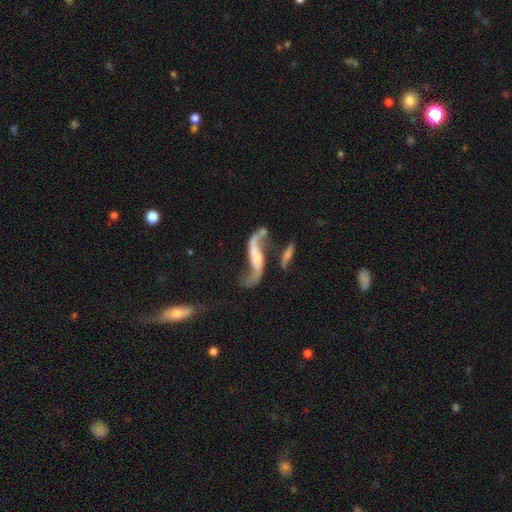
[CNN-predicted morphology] Overall: featured or disk (84%). Edge-on disk: no (89%). Bar: no (48%; weak 32%). Spiral arms: yes (92%). Spiral arm count: 2 (90%). Spiral winding: loose (93%). Bulge size: none (45%; small 30%). Merging: none (49%; merger 18%).